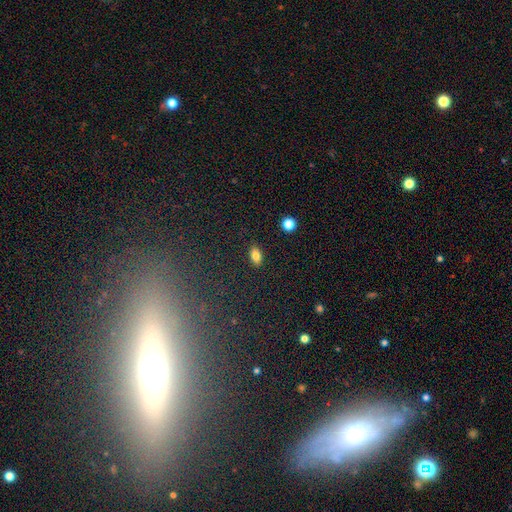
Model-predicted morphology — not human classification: Smooth or featured? smooth (82%)
How rounded? in between (90%)
Merging? none (88%)